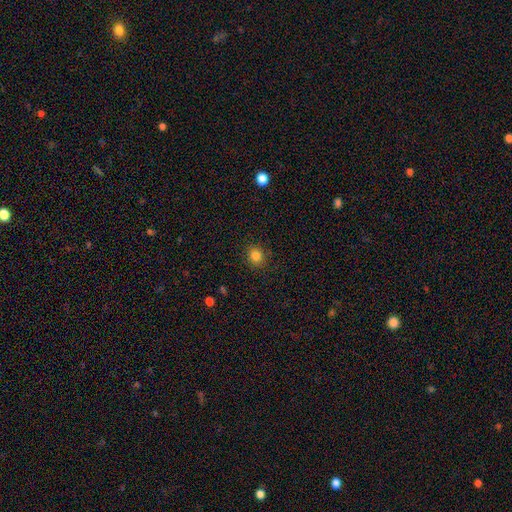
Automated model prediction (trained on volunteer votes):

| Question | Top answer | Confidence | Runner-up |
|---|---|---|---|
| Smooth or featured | smooth | 83% | star or artifact (12%) |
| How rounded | round | 73% | in between (26%) |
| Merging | none | 88% | minor disturbance (8%) |